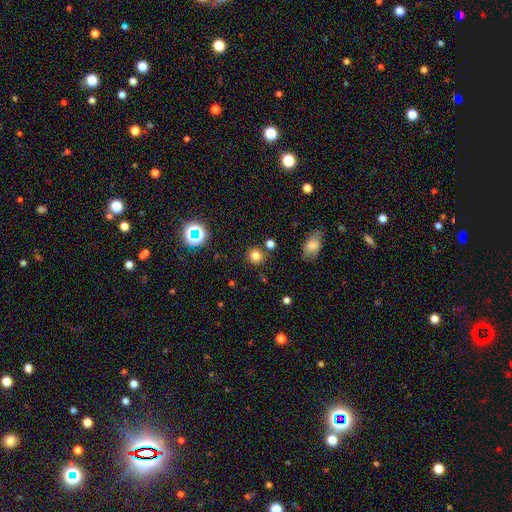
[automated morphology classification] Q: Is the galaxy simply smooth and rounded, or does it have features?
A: smooth — 77%.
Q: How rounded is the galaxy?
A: round — 90%.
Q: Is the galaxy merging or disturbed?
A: none — 84%.